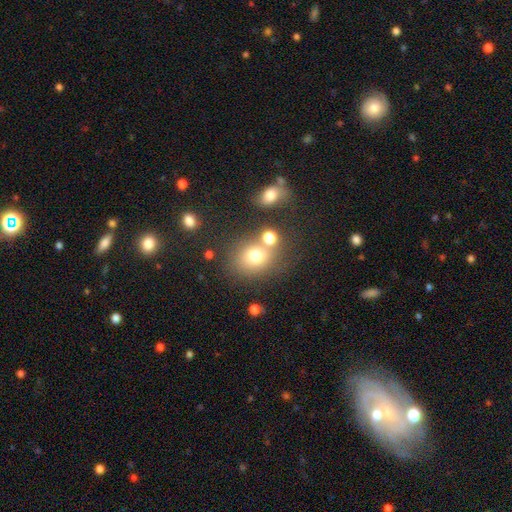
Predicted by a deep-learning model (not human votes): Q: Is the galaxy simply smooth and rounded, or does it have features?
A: smooth — 73%.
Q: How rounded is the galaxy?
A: round — 61%.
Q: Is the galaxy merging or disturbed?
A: none — 61%.